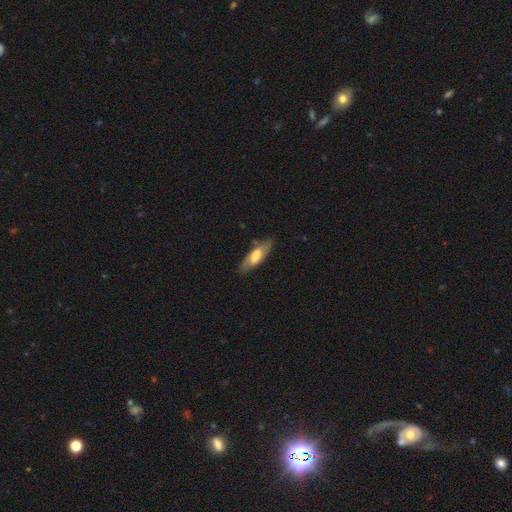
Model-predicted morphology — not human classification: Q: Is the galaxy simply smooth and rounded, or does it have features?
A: smooth — 58%.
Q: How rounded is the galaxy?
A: in between — 59%.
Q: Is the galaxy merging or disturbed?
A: none — 75%.